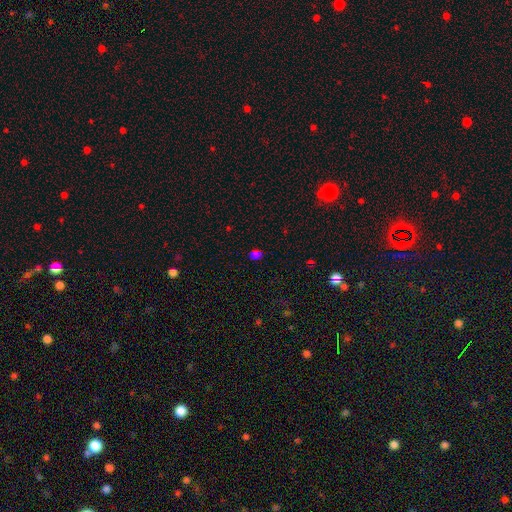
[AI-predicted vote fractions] Smooth or featured: smooth — 68% (star or artifact — 27%)
How rounded: in between — 59% (round — 39%)
Merging: none — 81% (minor disturbance — 12%)